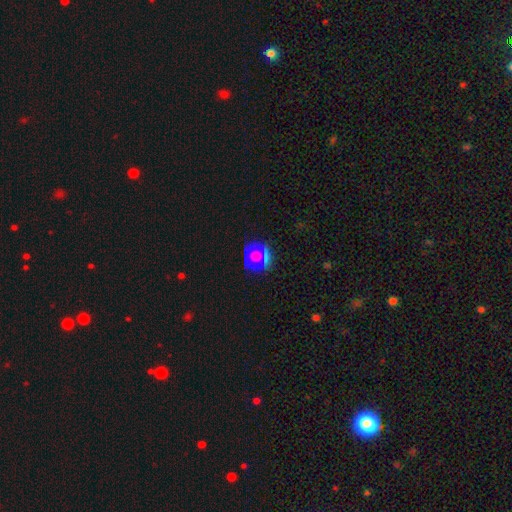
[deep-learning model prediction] Q: Smooth or featured?
A: smooth (66%); runner-up: star or artifact (21%)
Q: How rounded?
A: round (88%); runner-up: in between (10%)
Q: Merging?
A: none (78%); runner-up: minor disturbance (12%)